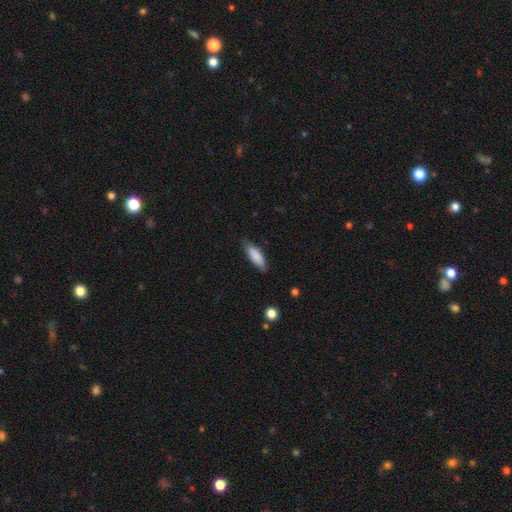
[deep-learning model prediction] This appears to be a smooth galaxy with no disk features (85%) that is in between round and cigar-shaped (57%). Merging: none (76%).